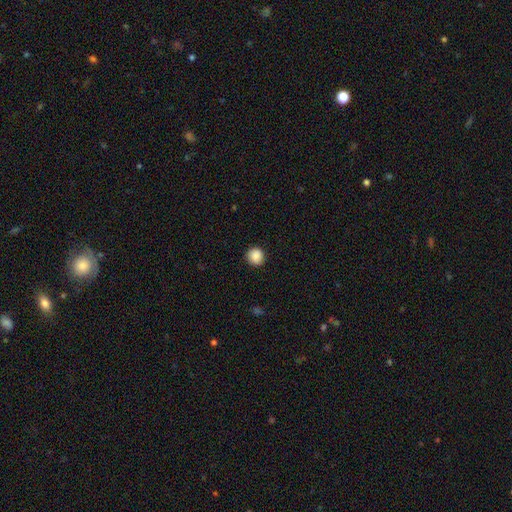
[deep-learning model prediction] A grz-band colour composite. It shows a smooth galaxy with no disk features (88%) that is round (93%). Merging: none (91%).